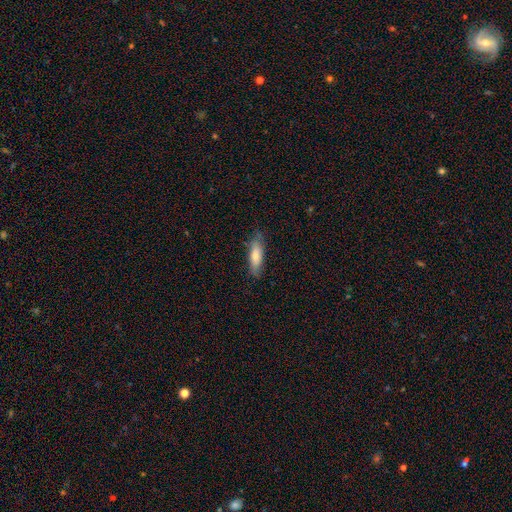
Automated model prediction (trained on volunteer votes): Smooth or featured?
  - smooth: 75% *
  - featured or disk: 19%
  - star or artifact: 6%
How rounded?
  - cigar-shaped: 51% *
  - in between: 48%
  - round: 2%
Merging?
  - none: 75% *
  - minor disturbance: 20%
  - major disturbance: 4%
  - merger: 1%